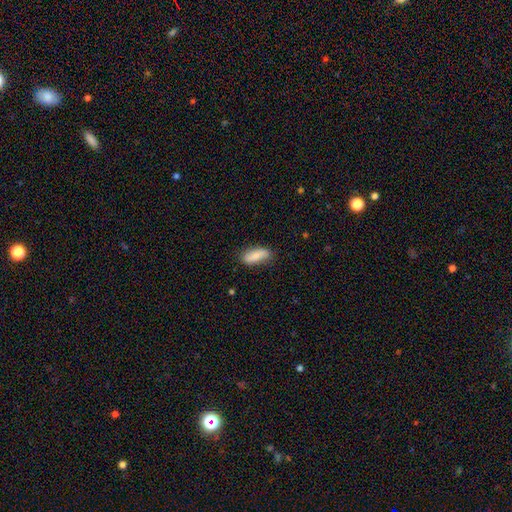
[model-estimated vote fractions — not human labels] This is likely a smooth galaxy (80%). How rounded: likely in between (72%). Merging: likely none (79%).